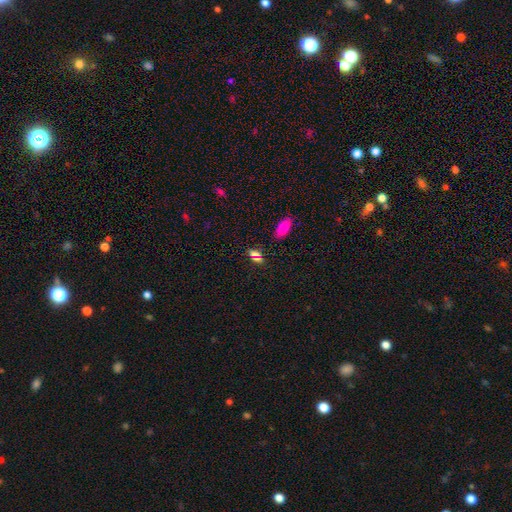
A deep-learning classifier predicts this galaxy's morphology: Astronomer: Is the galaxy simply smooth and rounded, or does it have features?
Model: smooth — 55% (runner-up: star or artifact, 35%).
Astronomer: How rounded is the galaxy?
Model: in between — 61%.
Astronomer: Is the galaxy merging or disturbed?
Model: none — 74%.